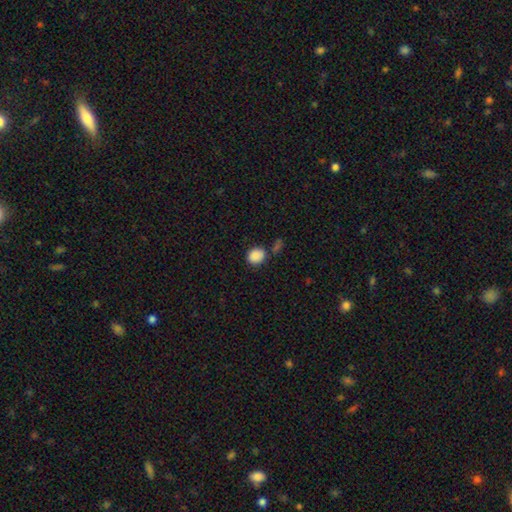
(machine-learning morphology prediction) smooth_or_featured: smooth (p=0.88) [alt: star or artifact p=0.09]
how_rounded: round (p=0.65) [alt: in between p=0.34]
merging: none (p=0.68) [alt: minor disturbance p=0.16]